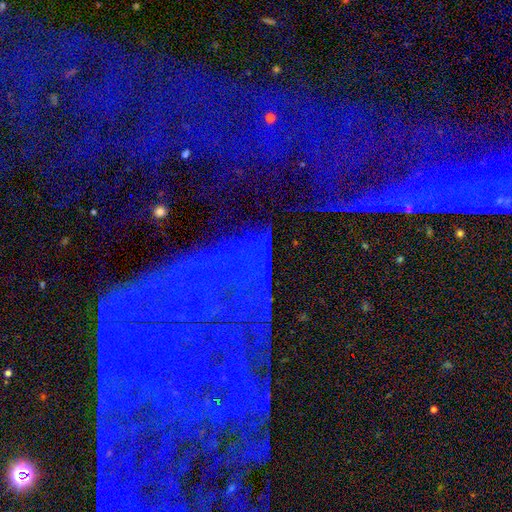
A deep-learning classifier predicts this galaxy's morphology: smooth_or_featured: star or artifact (p=0.79) [alt: featured or disk p=0.11]